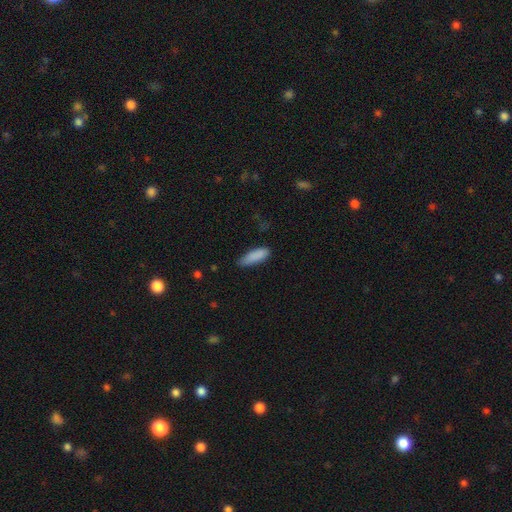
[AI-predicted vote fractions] Overall: smooth (88%). How rounded: cigar-shaped (50%; in between 48%). Merging: none (69%).